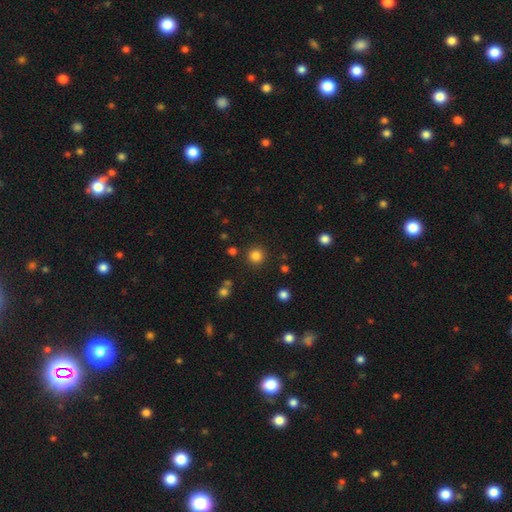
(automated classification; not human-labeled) Smooth or featured? Predicted: smooth (p=0.83). How rounded? Predicted: round (p=0.95). Merging? Predicted: none (p=0.89).